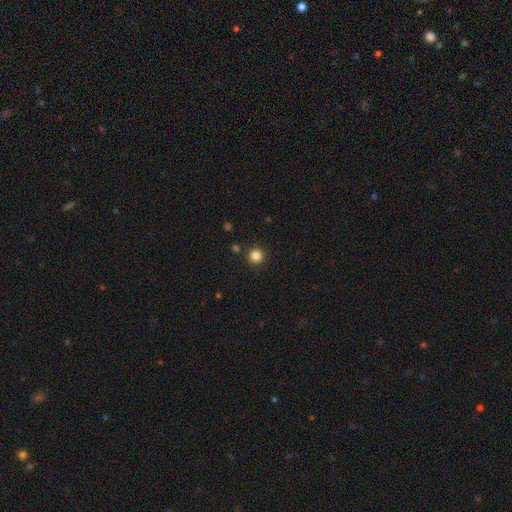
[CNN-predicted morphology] A smooth galaxy with no disk features (83%) that is round (95%).

Vote fractions:
- Smooth or featured? smooth: 83% / star or artifact: 13% / featured or disk: 4%
- How rounded? round: 95% / in between: 4% / cigar-shaped: 1%
- Merging? none: 91% / minor disturbance: 5% / merger: 2% / major disturbance: 2%